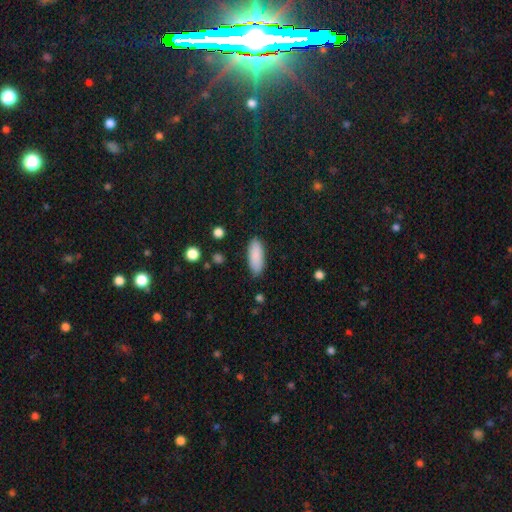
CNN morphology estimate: A smooth galaxy with no disk features (89%) that is in between round and cigar-shaped (76%). Merging: none (87%).